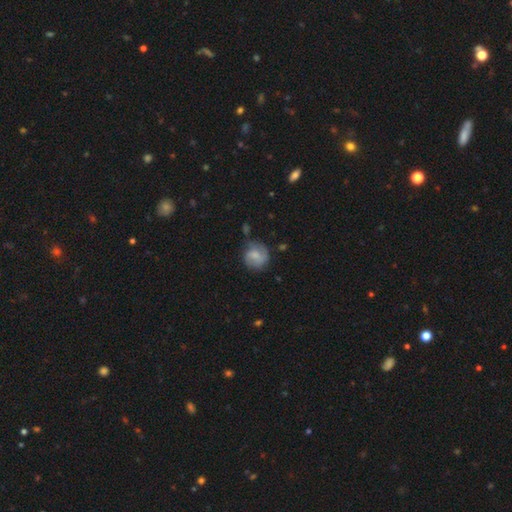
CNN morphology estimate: type=smooth (54%); roundness=round (81%); merging=none (60%).